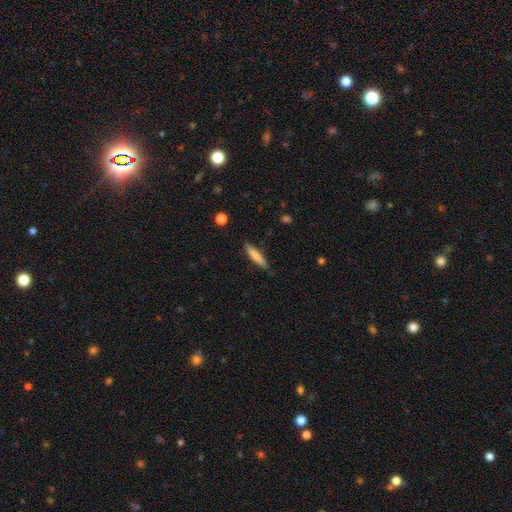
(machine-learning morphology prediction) This appears to be a smooth galaxy with no disk features (77%) that is cigar-shaped (82%). Merging: none (82%).